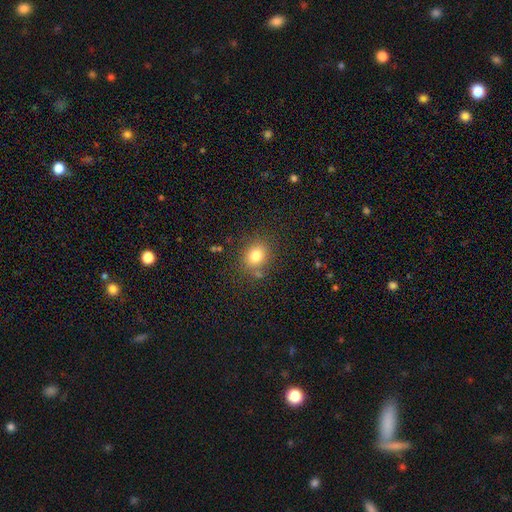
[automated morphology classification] Smooth or featured? Predicted: smooth (p=0.79). How rounded? Predicted: round (p=0.63). Merging? Predicted: none (p=0.80).